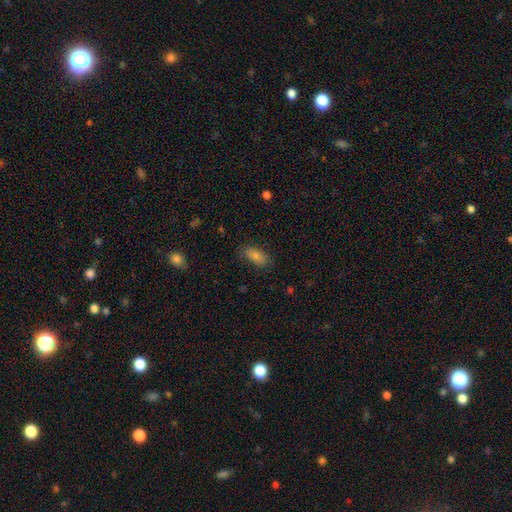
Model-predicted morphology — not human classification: smooth 74%, featured or disk 13%, star or artifact 12%. Down the decision tree: how rounded — in between (85%); merging — none (81%).